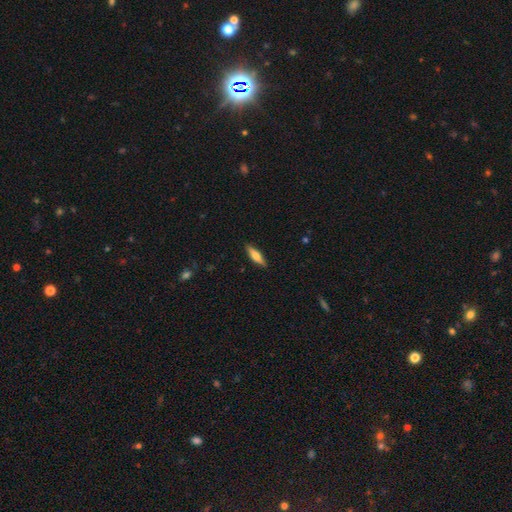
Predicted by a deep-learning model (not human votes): Smooth or featured: smooth — 61% (featured or disk — 33%)
How rounded: cigar-shaped — 59% (in between — 39%)
Merging: none — 88% (minor disturbance — 9%)